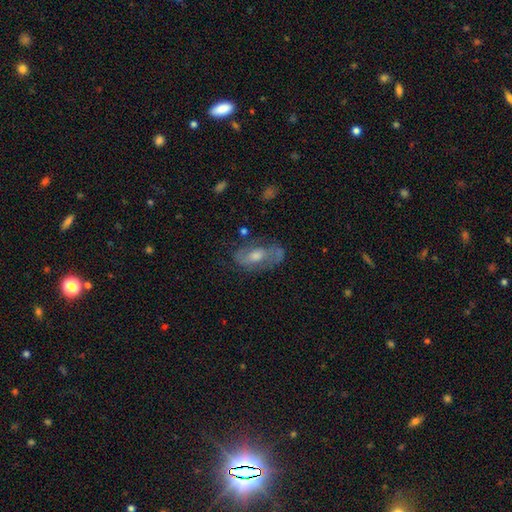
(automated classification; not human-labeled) A featured or disk galaxy (65%) with no bar (52%), spiral arms (74%) and a moderate central bulge (62%). Merging: none (61%).